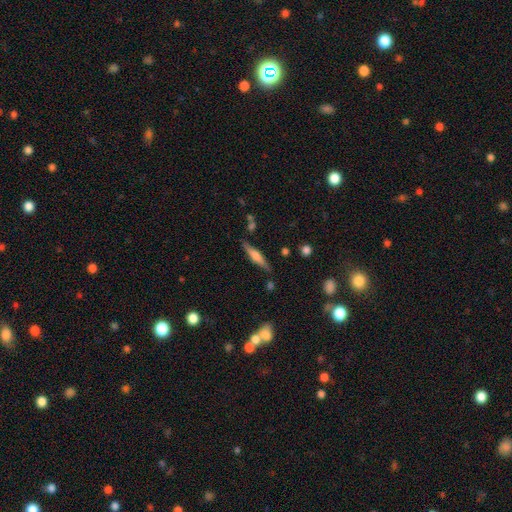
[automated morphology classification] smooth_or_featured: featured or disk (p=0.55) [alt: smooth p=0.38]
disk_edge_on: yes (p=0.96) [alt: no p=0.04]
edge_on_bulge: rounded (p=0.70) [alt: boxy p=0.21]
merging: none (p=0.83) [alt: minor disturbance p=0.12]